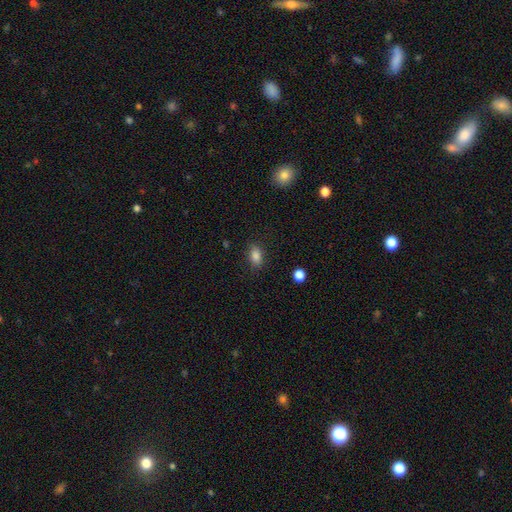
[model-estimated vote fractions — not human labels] smooth_or_featured: smooth (p=0.85) [alt: star or artifact p=0.10]
how_rounded: in between (p=0.83) [alt: round p=0.14]
merging: none (p=0.84) [alt: minor disturbance p=0.11]